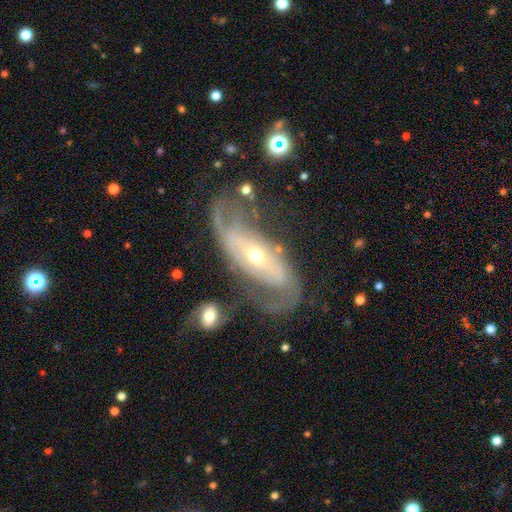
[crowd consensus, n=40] A featured or disk galaxy (70%) with no bar (48%), 2 (84%) loose (44%) spiral arms (93%) and a moderate central bulge (48%, tied with small). Merging: none (36%).